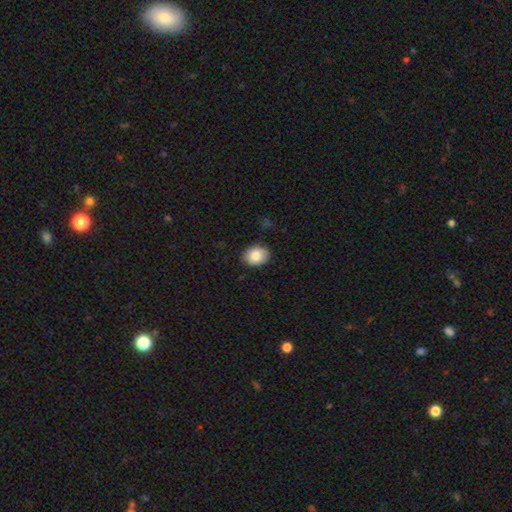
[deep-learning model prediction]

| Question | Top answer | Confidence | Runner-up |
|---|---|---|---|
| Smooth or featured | smooth | 87% | star or artifact (7%) |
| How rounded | in between | 68% | round (31%) |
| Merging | none | 86% | minor disturbance (11%) |